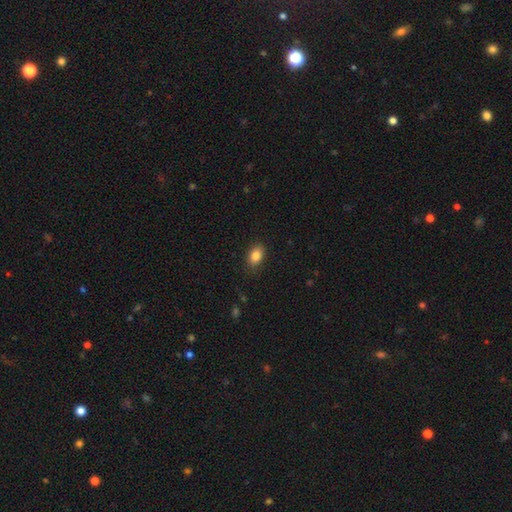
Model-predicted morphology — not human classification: Smooth or featured? smooth (85%)
How rounded? in between (83%)
Merging? none (85%)